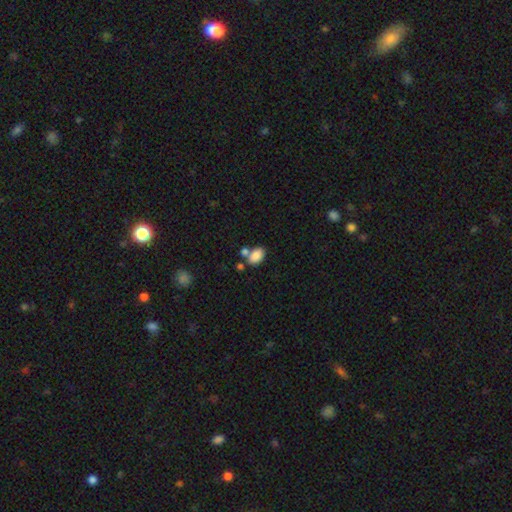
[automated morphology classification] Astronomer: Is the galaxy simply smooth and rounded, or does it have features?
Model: smooth — 85%.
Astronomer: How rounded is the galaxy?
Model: in between — 88%.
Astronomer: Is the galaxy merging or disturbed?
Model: none — 54%.